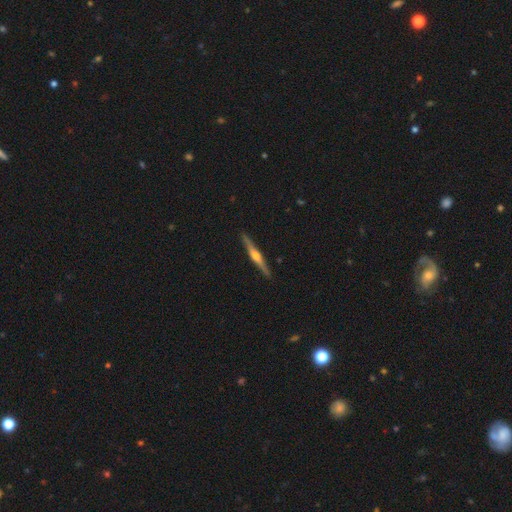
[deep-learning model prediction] smooth_or_featured: featured or disk (p=0.74) [alt: smooth p=0.21]
disk_edge_on: yes (p=0.98) [alt: no p=0.02]
edge_on_bulge: rounded (p=0.89) [alt: none p=0.06]
merging: none (p=0.91) [alt: minor disturbance p=0.07]